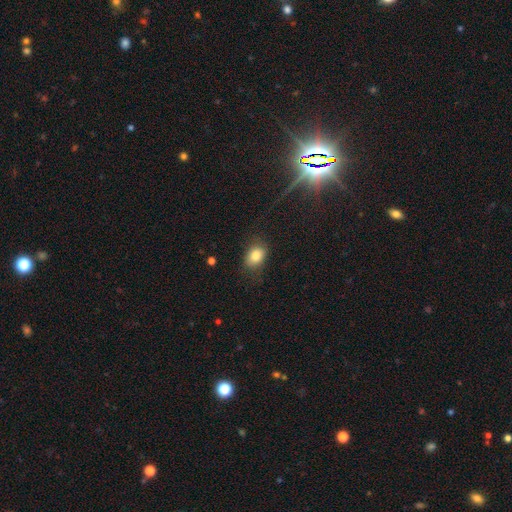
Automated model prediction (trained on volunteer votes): Smooth or featured? Predicted: smooth (p=0.83). How rounded? Predicted: in between (p=0.75). Merging? Predicted: none (p=0.76).